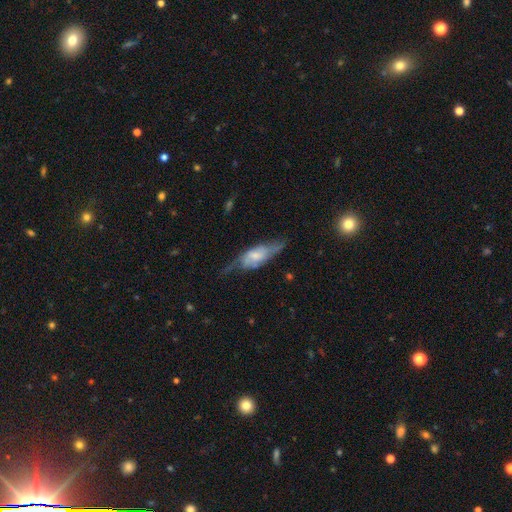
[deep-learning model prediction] featured or disk 55%, smooth 38%, star or artifact 7%. Down the decision tree: edge-on disk — no (61%); merging — none (43%).